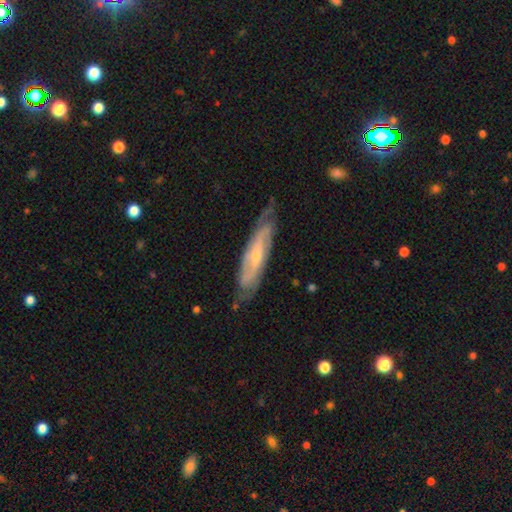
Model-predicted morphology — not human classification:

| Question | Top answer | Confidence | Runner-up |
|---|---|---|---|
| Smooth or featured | featured or disk | 77% | smooth (18%) |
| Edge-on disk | no | 68% | yes (32%) |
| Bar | no | 42% | weak (40%) |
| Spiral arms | yes | 91% | no (9%) |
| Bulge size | small | 51% | moderate (43%) |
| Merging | none | 72% | minor disturbance (21%) |